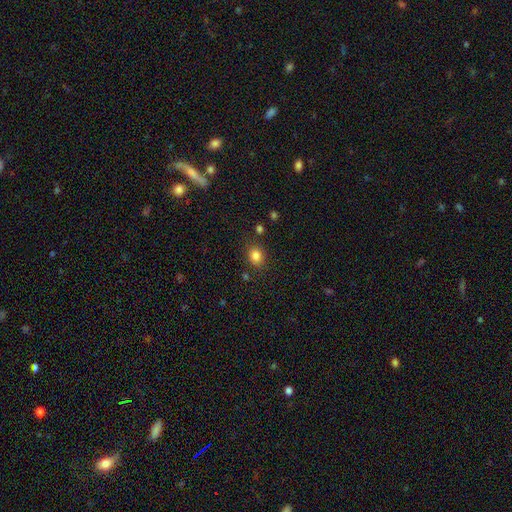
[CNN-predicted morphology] smooth-or-featured: smooth: 83% | star or artifact: 12% | featured or disk: 5%
  how-rounded: round: 58% | in between: 42% | cigar-shaped: 1%
  merging: none: 82% | minor disturbance: 11% | merger: 4% | major disturbance: 3%